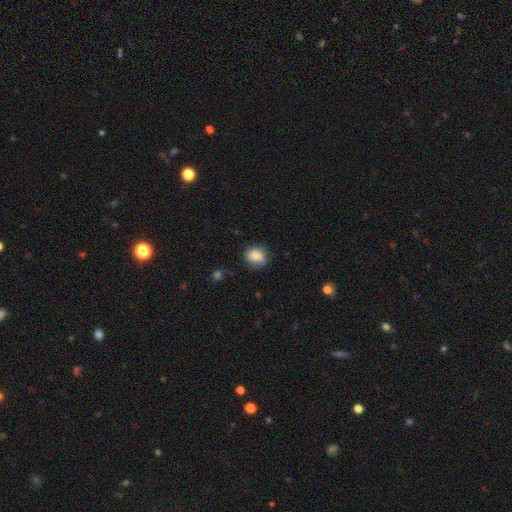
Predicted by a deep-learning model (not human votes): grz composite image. It shows a smooth galaxy with no disk features (82%) that is round (55%). Merging: none (75%).